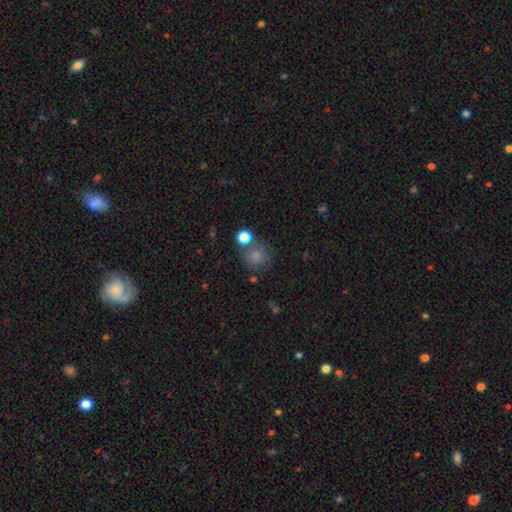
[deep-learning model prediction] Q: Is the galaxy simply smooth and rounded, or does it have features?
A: smooth — 78%.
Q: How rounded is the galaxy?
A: round — 85%.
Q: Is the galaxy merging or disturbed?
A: none — 63%.